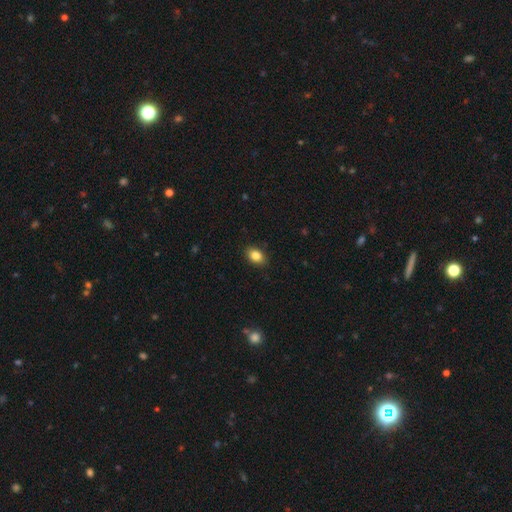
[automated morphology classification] A smooth galaxy with no disk features (85%) that is in between round and cigar-shaped (78%).

Vote fractions:
- Smooth or featured? smooth: 85% / star or artifact: 9% / featured or disk: 6%
- How rounded? in between: 78% / round: 21% / cigar-shaped: 1%
- Merging? none: 88% / minor disturbance: 9% / major disturbance: 2% / merger: 1%